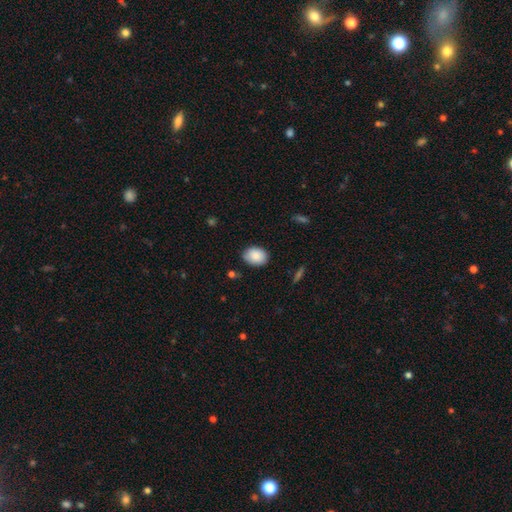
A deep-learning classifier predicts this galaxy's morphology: smooth-or-featured: smooth: 87% | star or artifact: 7% | featured or disk: 6%
  how-rounded: in between: 68% | round: 31% | cigar-shaped: 1%
  merging: none: 83% | minor disturbance: 13% | major disturbance: 2% | merger: 1%